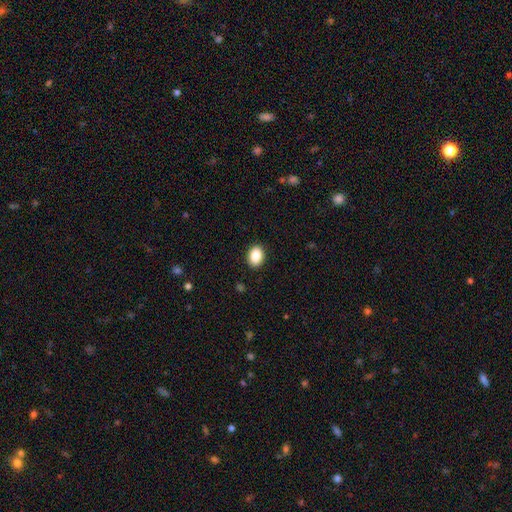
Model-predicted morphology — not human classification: The model was most divided on "how rounded": in between: 74%, round: 25%, cigar-shaped: 1%. More confident: merging — none (91%); smooth or featured — smooth (87%).